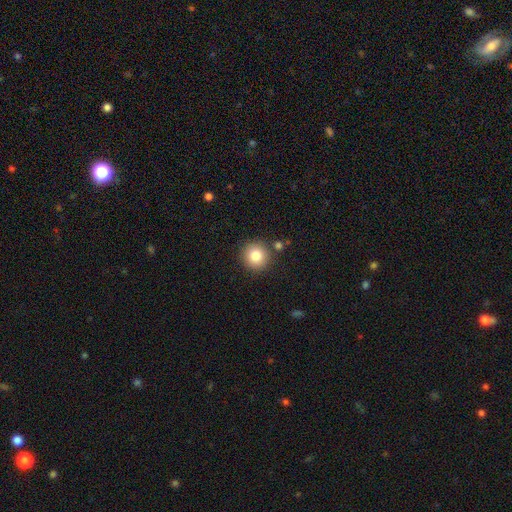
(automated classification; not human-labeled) Smooth or featured: smooth — 84% (star or artifact — 9%)
How rounded: round — 93% (in between — 6%)
Merging: none — 85% (minor disturbance — 8%)